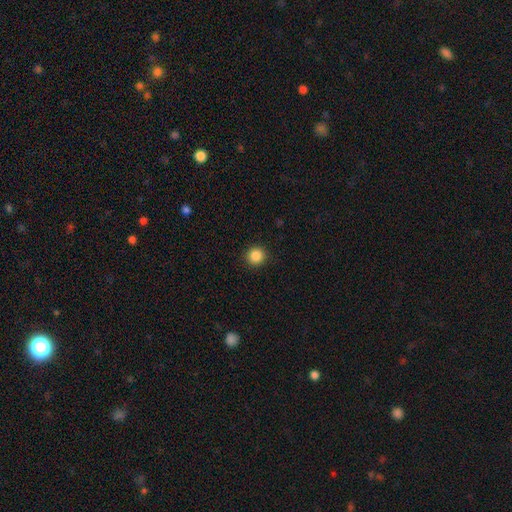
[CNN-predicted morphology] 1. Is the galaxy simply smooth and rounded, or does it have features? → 87% smooth, 10% star or artifact, 3% featured or disk.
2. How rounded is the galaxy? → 93% round, 6% in between, 1% cigar-shaped.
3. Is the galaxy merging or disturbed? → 92% none, 5% minor disturbance, 2% major disturbance, 1% merger.